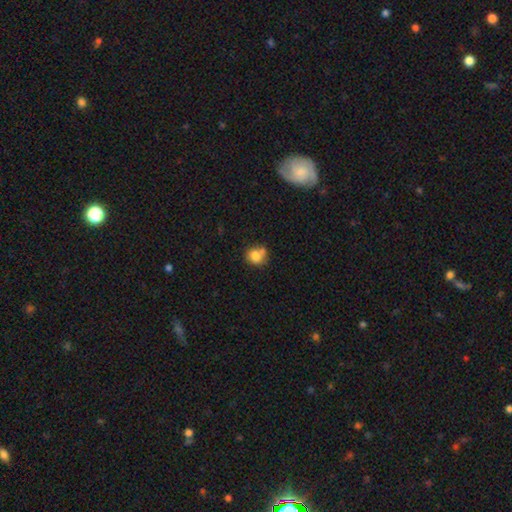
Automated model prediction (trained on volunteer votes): The model was most divided on "merging": none: 48%, merger: 26%, minor disturbance: 19%, major disturbance: 6%. More confident: smooth or featured — smooth (79%); how rounded — round (72%).